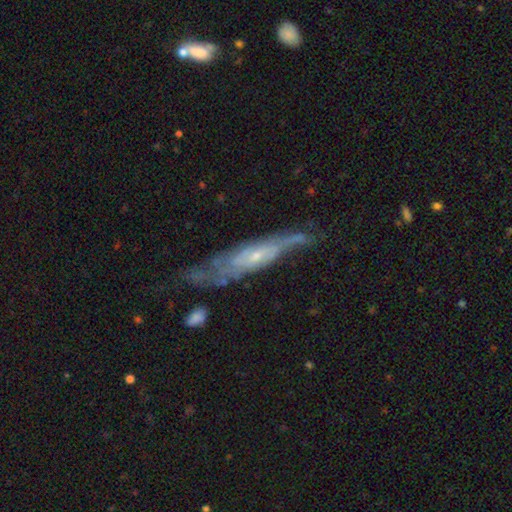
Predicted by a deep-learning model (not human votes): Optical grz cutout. It shows a featured or disk galaxy (74%). Merging: none (53%).